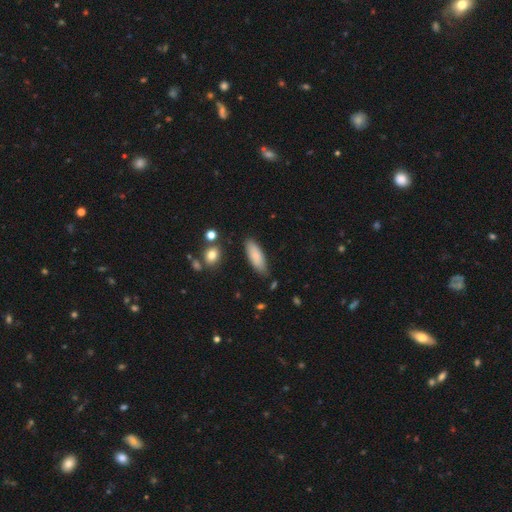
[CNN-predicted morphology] smooth 83%, featured or disk 10%, star or artifact 6%. Down the decision tree: how rounded — in between (59%); merging — none (83%).